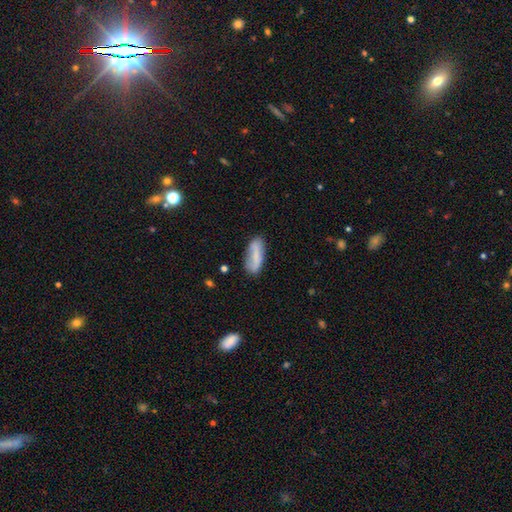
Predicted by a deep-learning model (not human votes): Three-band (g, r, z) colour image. It shows a smooth galaxy with no disk features (72%) that is in between round and cigar-shaped (64%). Merging: none (70%).